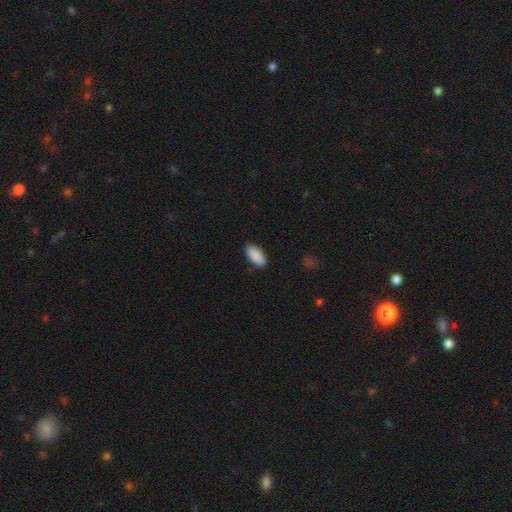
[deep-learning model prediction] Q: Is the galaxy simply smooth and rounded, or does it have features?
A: smooth — 91%.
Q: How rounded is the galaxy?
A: in between — 93%.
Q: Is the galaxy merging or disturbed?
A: none — 89%.